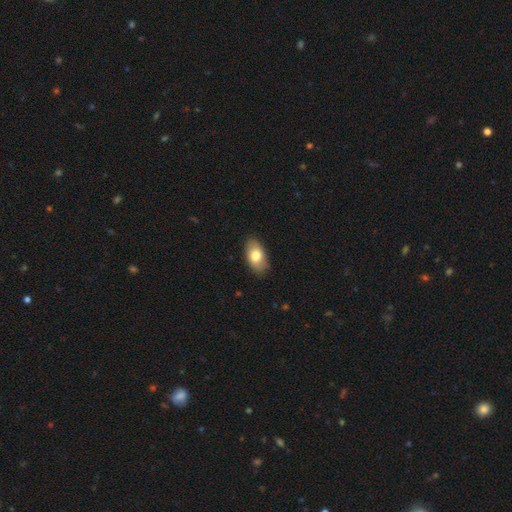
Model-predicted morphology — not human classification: This is likely a smooth galaxy (77%). How rounded: clearly in between (93%). Merging: clearly none (86%).